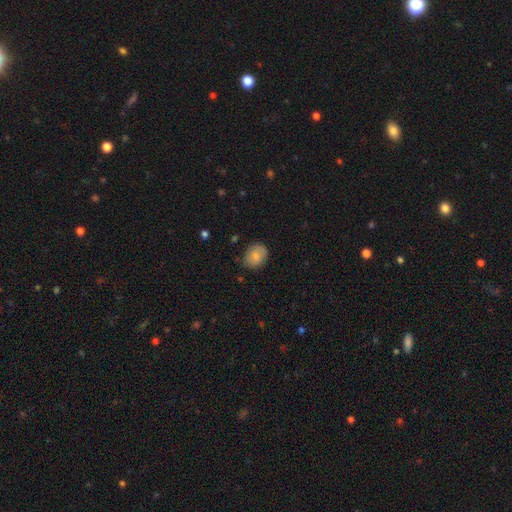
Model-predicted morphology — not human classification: Smooth or featured: smooth — 78% (featured or disk — 14%)
How rounded: round — 52% (in between — 48%)
Merging: none — 78% (minor disturbance — 17%)